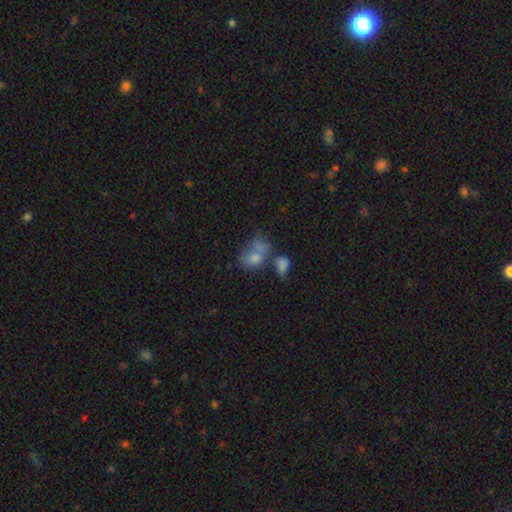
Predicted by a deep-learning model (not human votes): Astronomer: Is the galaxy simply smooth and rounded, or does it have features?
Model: smooth — 73%.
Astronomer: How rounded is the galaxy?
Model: in between — 66%.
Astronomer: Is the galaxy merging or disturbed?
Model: merger — 55%.